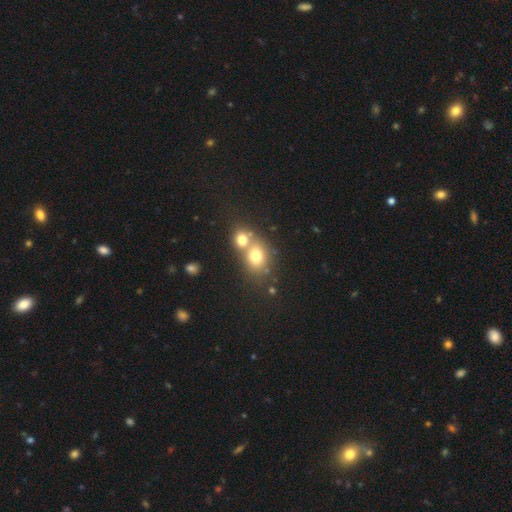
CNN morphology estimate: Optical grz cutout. It shows a smooth galaxy with no disk features (72%) that is round (57%). Merging: merger (55%).